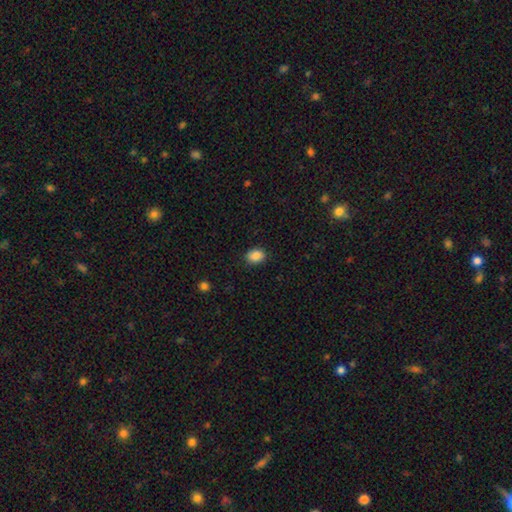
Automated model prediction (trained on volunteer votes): A smooth galaxy with no disk features (86%) that is in between round and cigar-shaped (60%).

Vote fractions:
- Smooth or featured? smooth: 86% / star or artifact: 9% / featured or disk: 5%
- How rounded? in between: 60% / round: 39% / cigar-shaped: 1%
- Merging? none: 88% / minor disturbance: 9% / major disturbance: 2% / merger: 1%